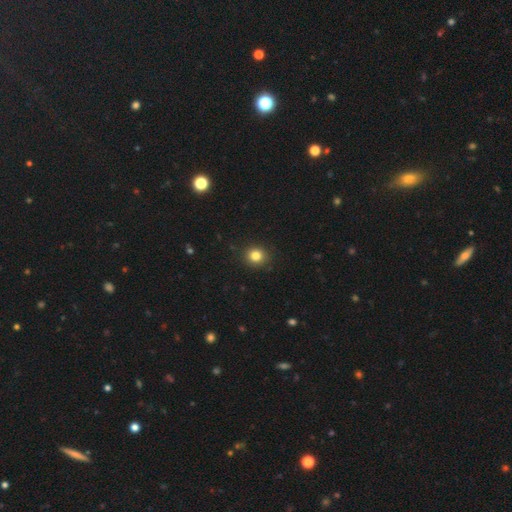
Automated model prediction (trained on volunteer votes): A smooth galaxy with no disk features (83%) that is round (85%).

Vote fractions:
- Smooth or featured? smooth: 83% / star or artifact: 12% / featured or disk: 5%
- How rounded? round: 85% / in between: 14% / cigar-shaped: 1%
- Merging? none: 91% / minor disturbance: 6% / major disturbance: 2% / merger: 1%